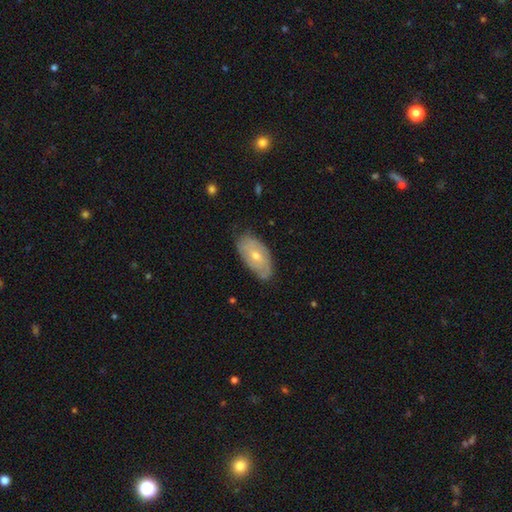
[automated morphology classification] A featured or disk galaxy (57%) with no bar (70%), spiral arms (68%) and a moderate central bulge (50%).

Vote fractions:
- Smooth or featured? featured or disk: 57% / smooth: 36% / star or artifact: 7%
- Edge-on disk? no: 89% / yes: 11%
- Bar? no: 70% / weak: 25% / strong: 5%
- Spiral arms? yes: 68% / no: 32%
- Bulge size? moderate: 50% / small: 47% / large: 1% / none: 1% / dominant: 1%
- Merging? none: 74% / minor disturbance: 21% / major disturbance: 4% / merger: 1%